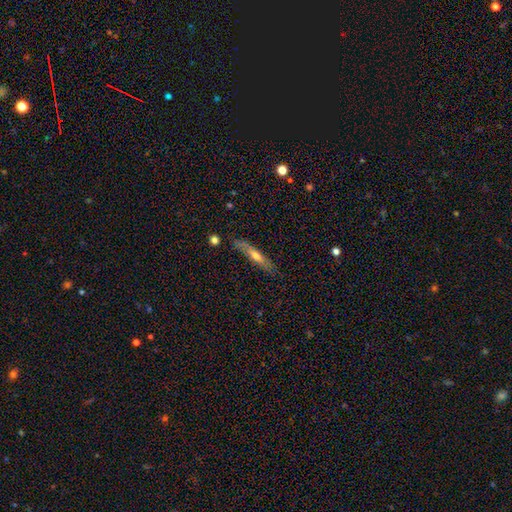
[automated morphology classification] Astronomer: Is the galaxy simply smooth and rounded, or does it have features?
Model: featured or disk — 48% (runner-up: smooth, 44%).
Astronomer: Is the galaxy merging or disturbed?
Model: none — 77%.